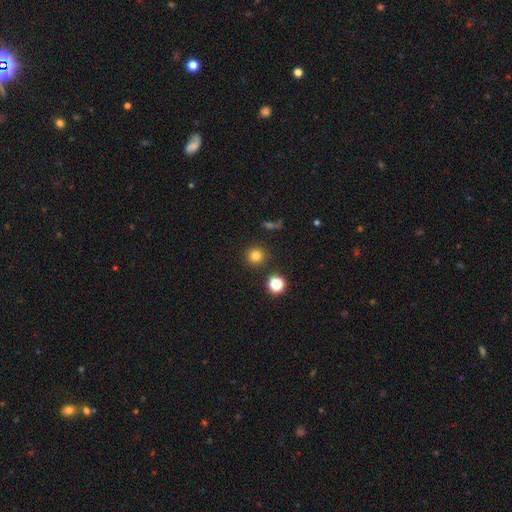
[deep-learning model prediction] The model was most divided on "smooth or featured": smooth: 79%, star or artifact: 15%, featured or disk: 6%. More confident: how rounded — round (93%); merging — none (88%).